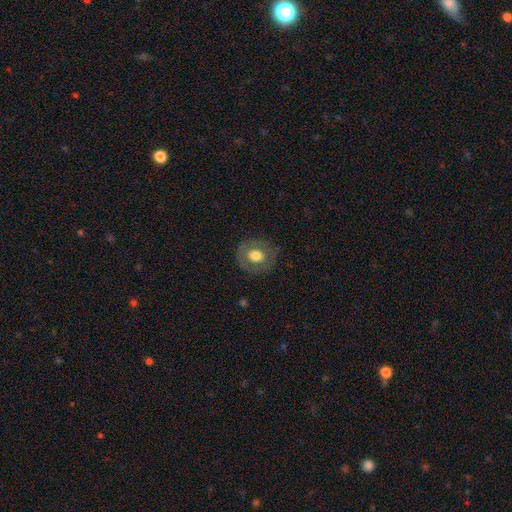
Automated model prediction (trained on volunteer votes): Q: Smooth or featured?
A: smooth (60%); runner-up: featured or disk (32%)
Q: How rounded?
A: round (81%); runner-up: in between (18%)
Q: Merging?
A: none (81%); runner-up: minor disturbance (12%)